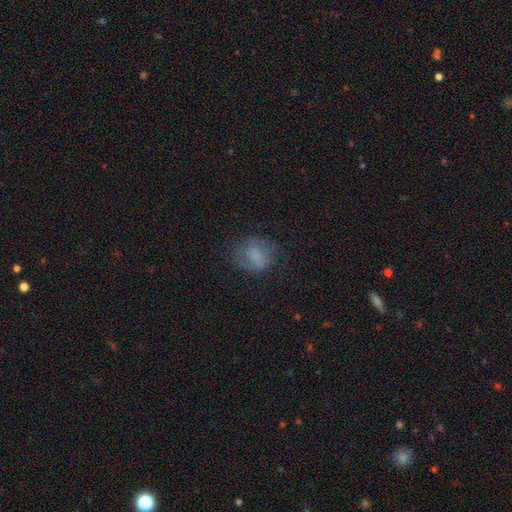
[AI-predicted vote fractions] This is possibly a smooth galaxy (51%). How rounded: possibly round (55%). Merging: likely none (63%).